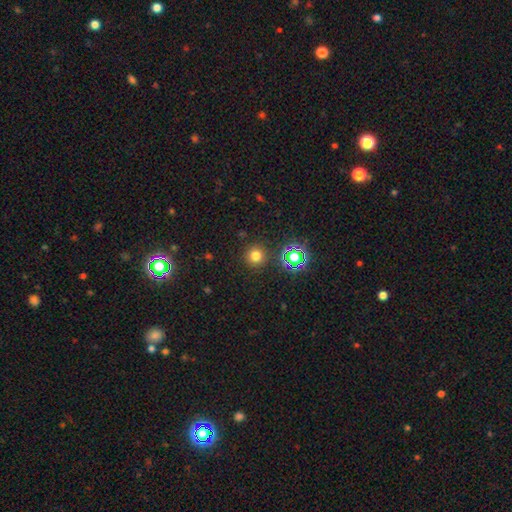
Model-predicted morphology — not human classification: type=smooth (72%); roundness=round (94%); merging=none (89%).